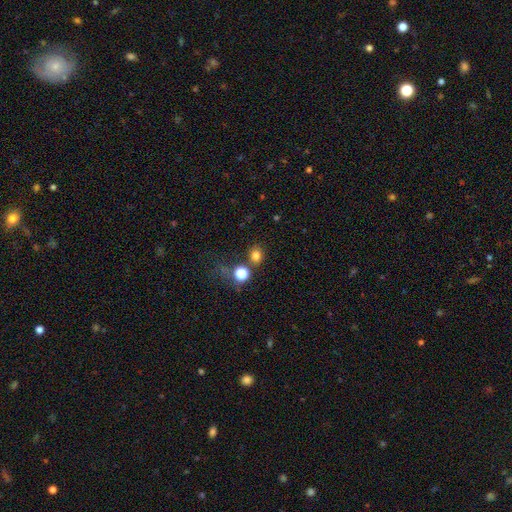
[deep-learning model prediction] smooth_or_featured: smooth (p=0.78) [alt: star or artifact p=0.17]
how_rounded: round (p=0.72) [alt: in between p=0.27]
merging: none (p=0.76) [alt: merger p=0.10]